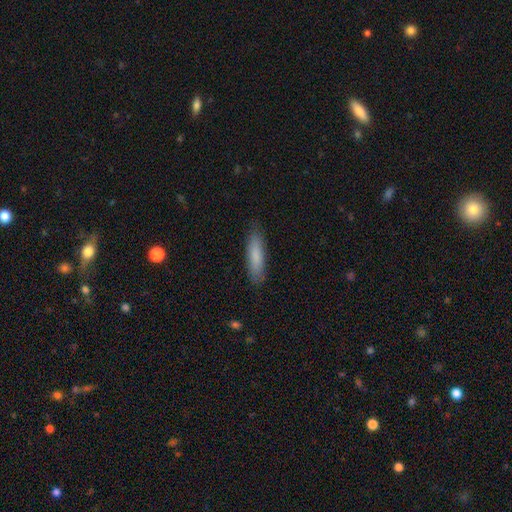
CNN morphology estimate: Smooth or featured? Predicted: smooth (p=0.82). How rounded? Predicted: cigar-shaped (p=0.70). Merging? Predicted: none (p=0.84).